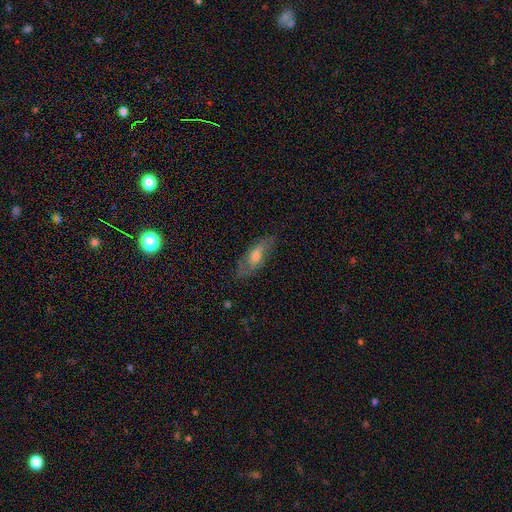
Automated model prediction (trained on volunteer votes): Smooth or featured? Predicted: featured or disk (p=0.51). Edge-on disk? Predicted: no (p=0.71). Merging? Predicted: none (p=0.69).